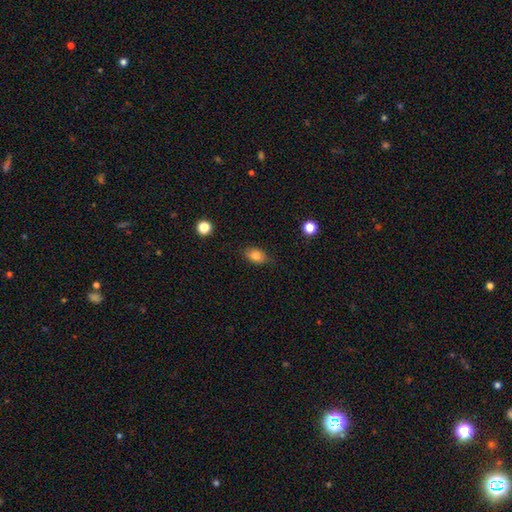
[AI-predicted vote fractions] Smooth or featured?
  - smooth: 81% *
  - star or artifact: 10%
  - featured or disk: 9%
How rounded?
  - in between: 79% *
  - round: 18%
  - cigar-shaped: 3%
Merging?
  - none: 77% *
  - minor disturbance: 18%
  - major disturbance: 3%
  - merger: 1%